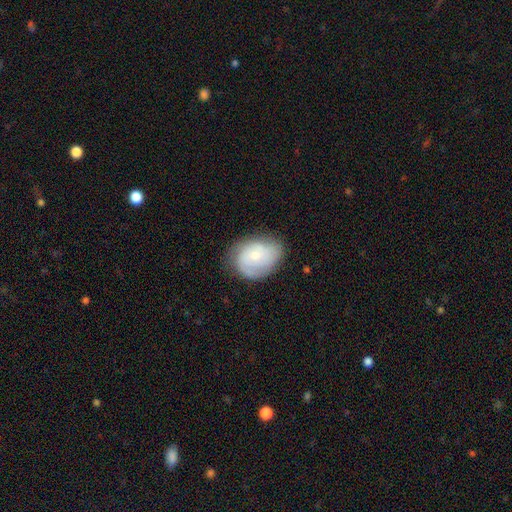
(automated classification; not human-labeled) This appears to be a featured or disk galaxy (49%). Merging: none (62%).